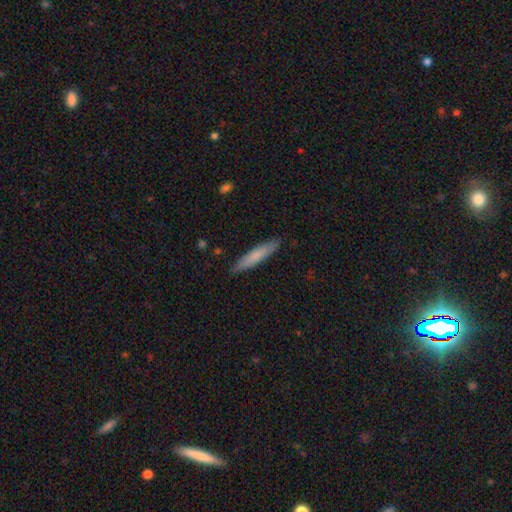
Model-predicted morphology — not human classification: smooth 74%, featured or disk 20%, star or artifact 5%. Down the decision tree: how rounded — cigar-shaped (91%); merging — none (90%).